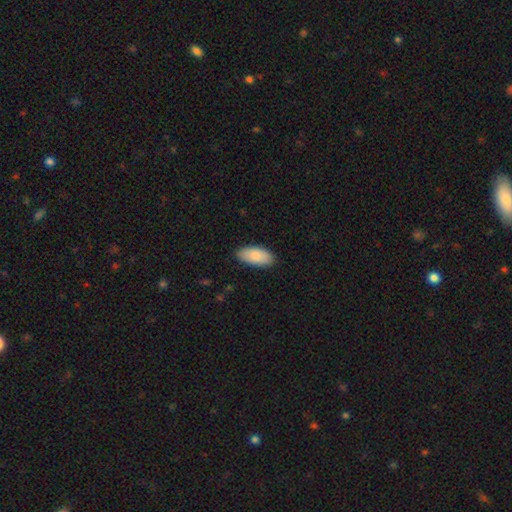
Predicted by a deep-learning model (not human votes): smooth-or-featured: smooth: 86% | featured or disk: 8% | star or artifact: 5%
  how-rounded: in between: 93% | cigar-shaped: 5% | round: 2%
  merging: none: 87% | minor disturbance: 11% | major disturbance: 2% | merger: 1%